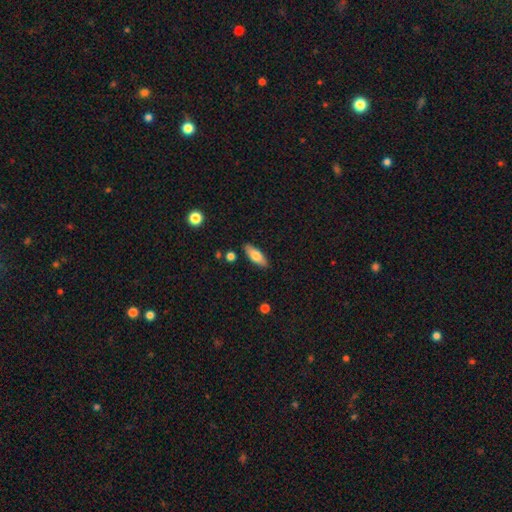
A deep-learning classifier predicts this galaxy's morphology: type=smooth (71%); roundness=in between (66%); merging=none (86%).